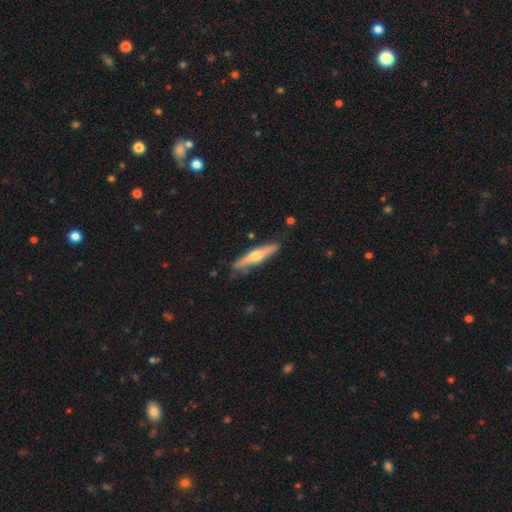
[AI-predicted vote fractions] The model was most divided on "smooth or featured": featured or disk: 59%, smooth: 36%, star or artifact: 5%. More confident: edge-on disk — yes (95%); edge-on bulge — rounded (90%); merging — none (83%).